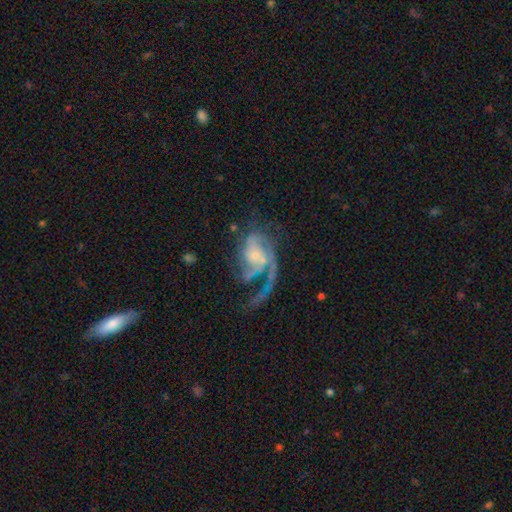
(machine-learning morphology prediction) type=featured or disk (84%); edge-on=no (98%); bar=no (66%); spiral arms=yes (92%); winding=medium (41%); arm count=1 (39%); bulge=small (58%); merging=major disturbance (45%).